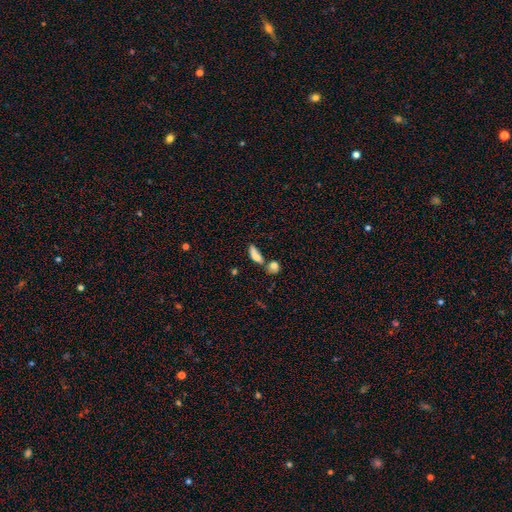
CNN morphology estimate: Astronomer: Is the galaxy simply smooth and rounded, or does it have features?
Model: smooth — 74%.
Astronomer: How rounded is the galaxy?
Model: in between — 59%.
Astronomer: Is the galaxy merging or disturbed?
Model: merger — 39% (runner-up: none, 34%).